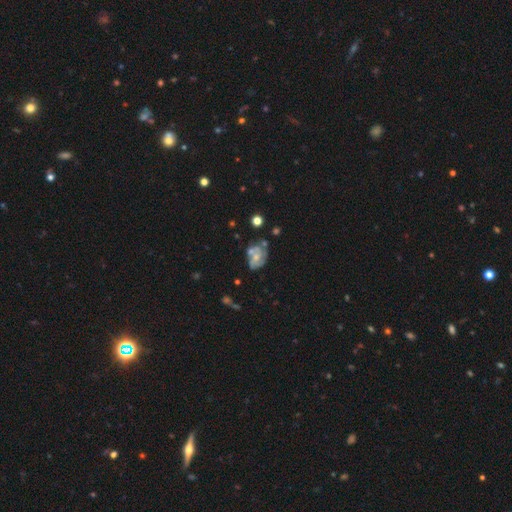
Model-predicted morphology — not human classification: Q: Smooth or featured?
A: featured or disk (65%); runner-up: smooth (26%)
Q: Edge-on disk?
A: no (97%); runner-up: yes (3%)
Q: Bar?
A: no (74%); runner-up: weak (21%)
Q: Spiral arms?
A: yes (64%); runner-up: no (36%)
Q: Bulge size?
A: moderate (47%); runner-up: small (40%)
Q: Merging?
A: none (40%); runner-up: minor disturbance (23%)